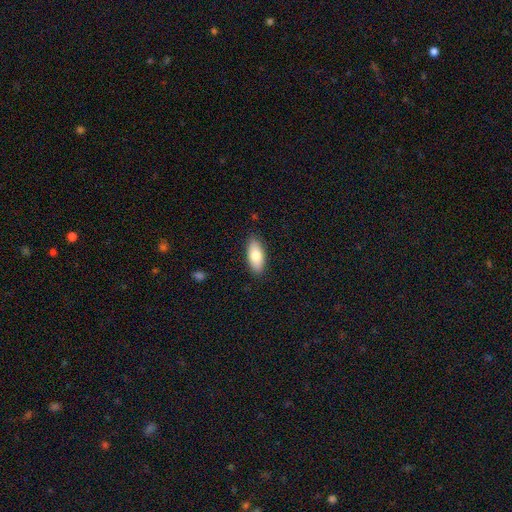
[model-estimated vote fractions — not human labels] This appears to be a smooth galaxy with no disk features (79%) that is in between round and cigar-shaped (83%). Merging: none (87%).